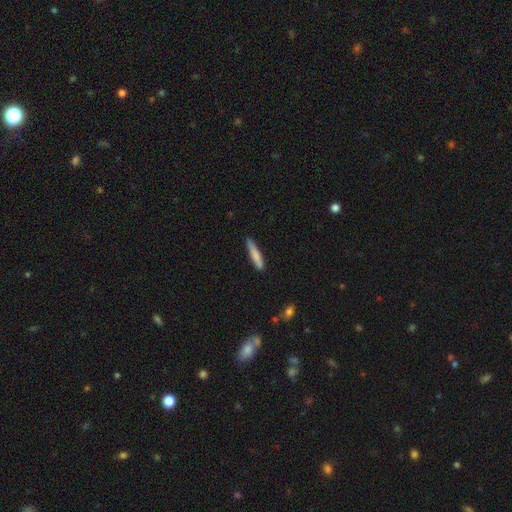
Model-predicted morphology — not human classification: Overall: smooth (78%). How rounded: cigar-shaped (91%). Merging: none (83%).